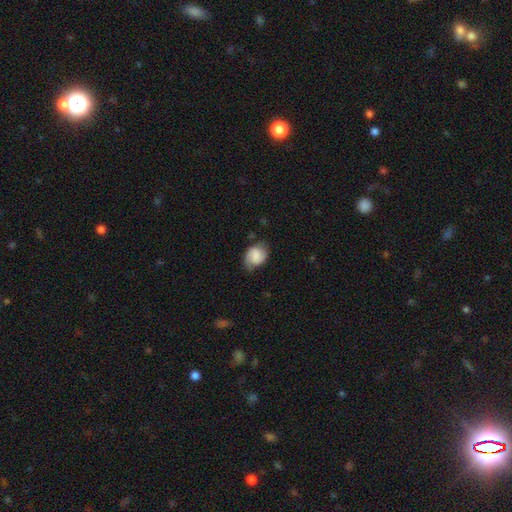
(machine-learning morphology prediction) The model was most divided on "smooth or featured": smooth: 52%, featured or disk: 40%, star or artifact: 8%. More confident: merging — none (58%); how rounded — in between (56%).